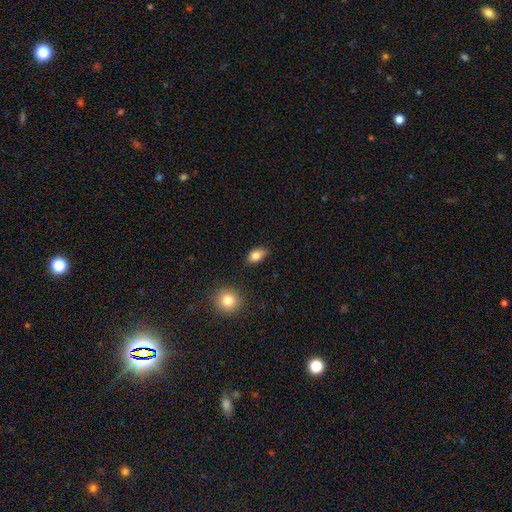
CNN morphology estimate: Smooth or featured?
  - smooth: 82% *
  - featured or disk: 9%
  - star or artifact: 9%
How rounded?
  - in between: 85% *
  - round: 12%
  - cigar-shaped: 3%
Merging?
  - none: 80% *
  - minor disturbance: 15%
  - major disturbance: 3%
  - merger: 2%